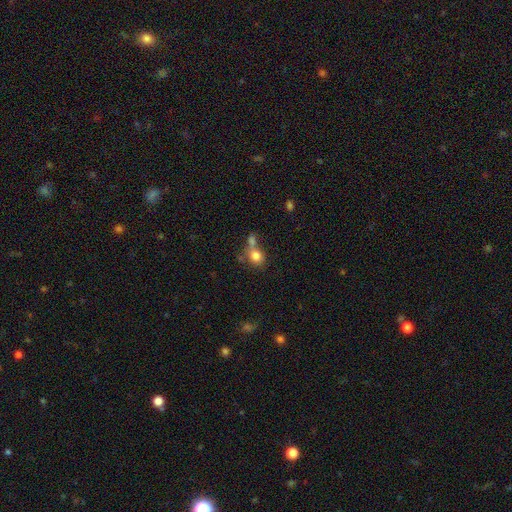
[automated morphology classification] Q: Smooth or featured?
A: smooth (80%); runner-up: star or artifact (10%)
Q: How rounded?
A: round (68%); runner-up: in between (31%)
Q: Merging?
A: none (46%); runner-up: merger (38%)